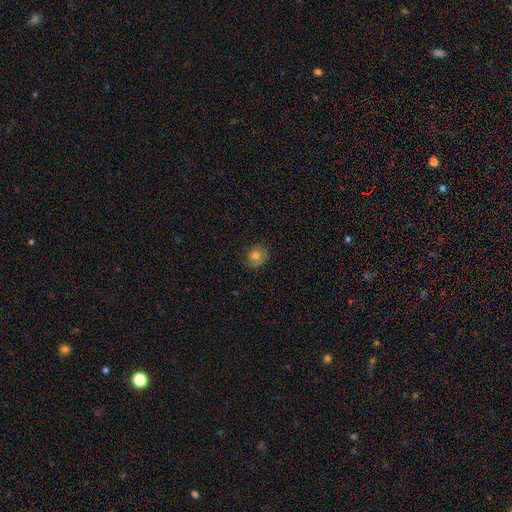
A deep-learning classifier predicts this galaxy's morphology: Q: Smooth or featured?
A: smooth (76%); runner-up: featured or disk (13%)
Q: How rounded?
A: round (76%); runner-up: in between (23%)
Q: Merging?
A: none (73%); runner-up: minor disturbance (20%)